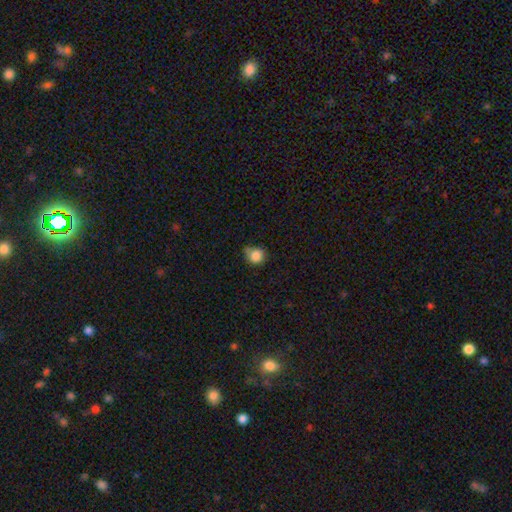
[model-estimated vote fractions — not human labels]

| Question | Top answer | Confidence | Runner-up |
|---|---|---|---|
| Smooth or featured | smooth | 85% | star or artifact (9%) |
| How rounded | round | 82% | in between (17%) |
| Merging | none | 53% | minor disturbance (33%) |